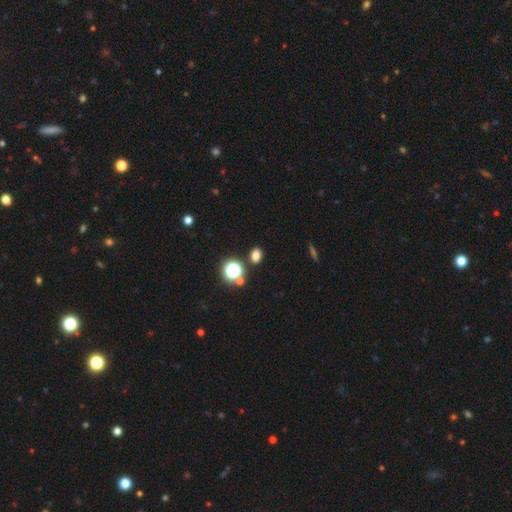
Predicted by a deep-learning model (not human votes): A smooth galaxy with no disk features (74%) that is in between round and cigar-shaped (52%).

Vote fractions:
- Smooth or featured? smooth: 74% / star or artifact: 20% / featured or disk: 6%
- How rounded? in between: 52% / round: 47% / cigar-shaped: 1%
- Merging? none: 84% / minor disturbance: 8% / merger: 5% / major disturbance: 3%